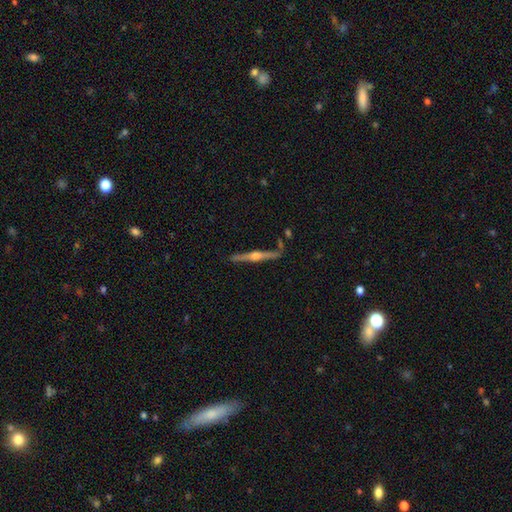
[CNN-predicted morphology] smooth-or-featured: featured or disk: 77% | smooth: 17% | star or artifact: 5%
  disk-edge-on: yes: 98% | no: 2%
    edge-on-bulge: rounded: 90% | boxy: 5% | none: 4%
  merging: none: 86% | minor disturbance: 9% | merger: 3% | major disturbance: 2%